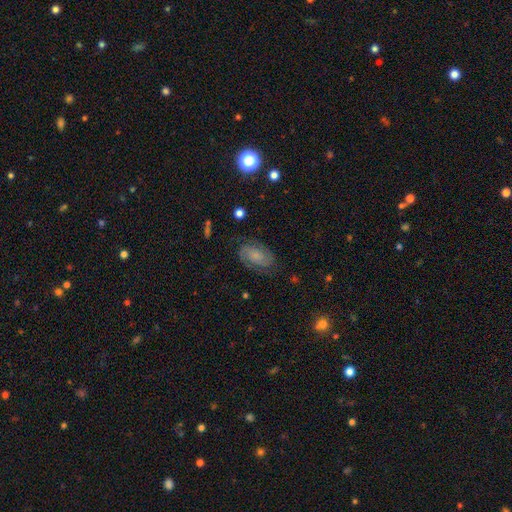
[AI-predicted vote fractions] Smooth or featured: featured or disk — 72% (smooth — 19%)
Edge-on disk: no — 97% (yes — 3%)
Bar: no — 66% (weak — 28%)
Spiral arms: yes — 94% (no — 6%)
Spiral winding: tight — 52% (medium — 37%)
Spiral arm count: 2 — 78% (can't tell — 11%)
Bulge size: small — 58% (none — 19%)
Merging: none — 78% (minor disturbance — 15%)